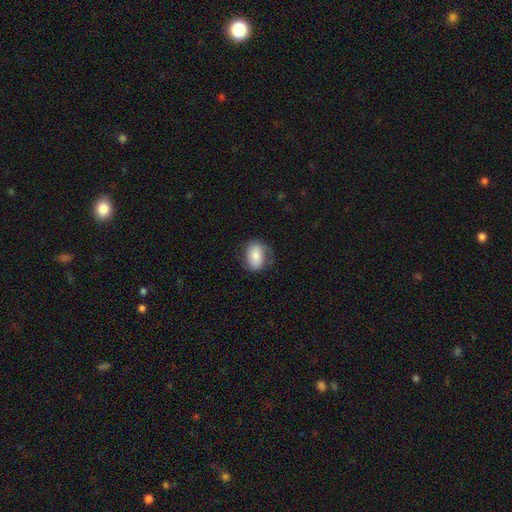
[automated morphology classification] Smooth or featured?
  - smooth: 71% *
  - featured or disk: 22%
  - star or artifact: 7%
How rounded?
  - in between: 73% *
  - round: 26%
  - cigar-shaped: 1%
Merging?
  - none: 65% *
  - minor disturbance: 24%
  - major disturbance: 10%
  - merger: 1%